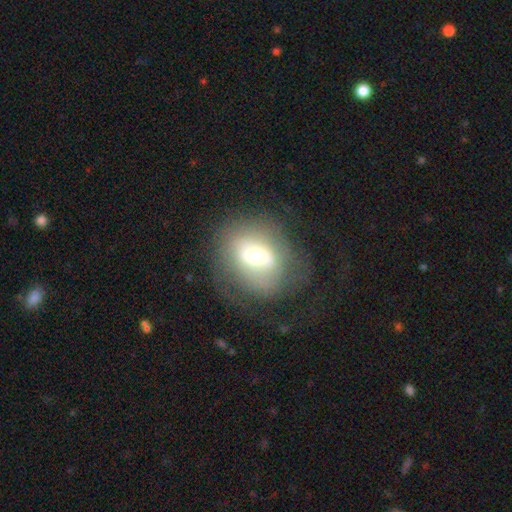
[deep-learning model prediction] This is possibly a featured or disk galaxy (48%). Merging: possibly none (60%).